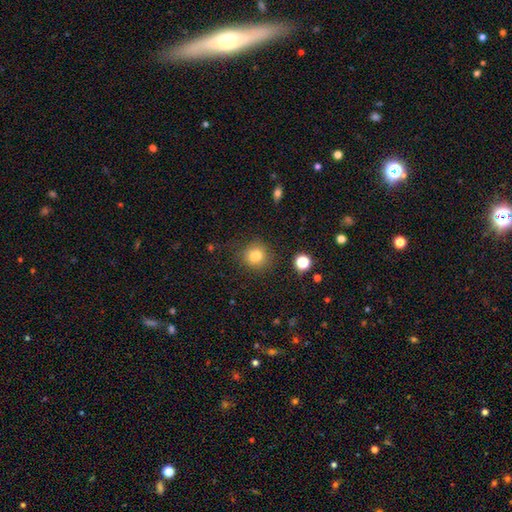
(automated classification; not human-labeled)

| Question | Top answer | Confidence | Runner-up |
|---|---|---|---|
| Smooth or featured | smooth | 81% | star or artifact (12%) |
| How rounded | round | 88% | in between (11%) |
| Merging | none | 83% | minor disturbance (11%) |